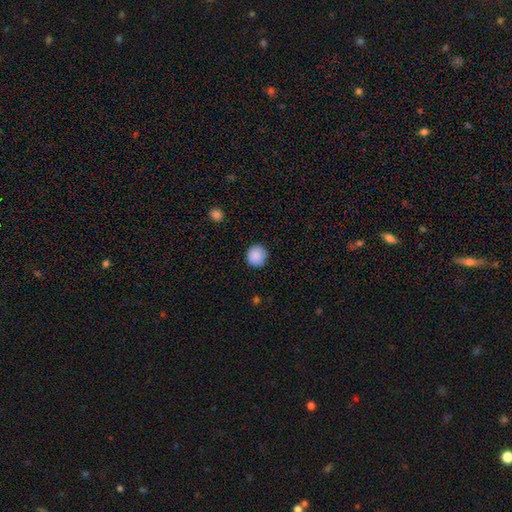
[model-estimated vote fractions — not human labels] smooth 89%, star or artifact 8%, featured or disk 3%. Down the decision tree: how rounded — round (93%); merging — none (87%).